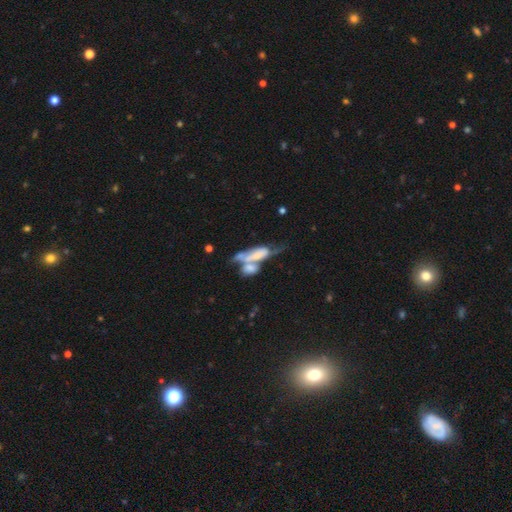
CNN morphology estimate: smooth-or-featured: featured or disk: 47% | smooth: 45% | star or artifact: 8%
  merging: merger: 64% | major disturbance: 14% | none: 13% | minor disturbance: 9%